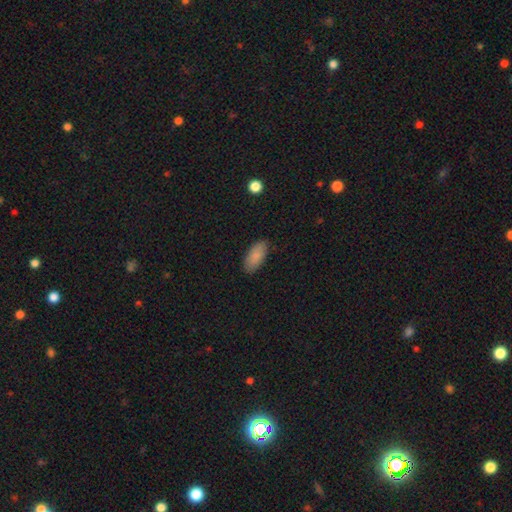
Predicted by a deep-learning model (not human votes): A smooth galaxy with no disk features (88%) that is in between round and cigar-shaped (89%). Merging: none (86%).